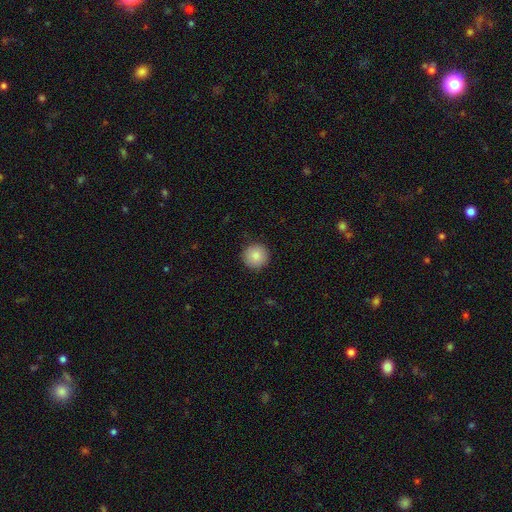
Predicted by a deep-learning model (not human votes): This is clearly a smooth galaxy (86%). How rounded: clearly round (96%). Merging: clearly none (90%).